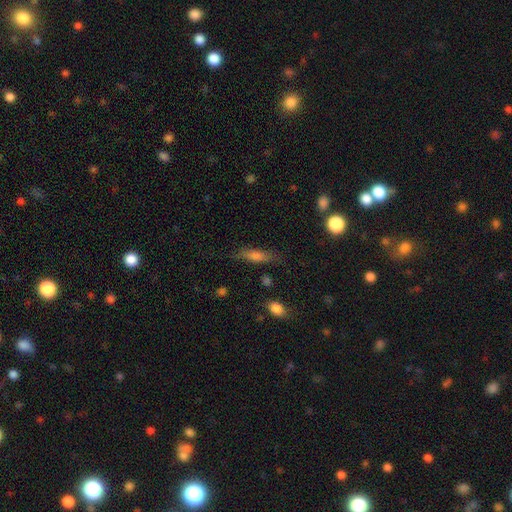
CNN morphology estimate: Smooth or featured: smooth — 68% (featured or disk — 23%)
How rounded: cigar-shaped — 61% (in between — 36%)
Merging: none — 75% (minor disturbance — 17%)